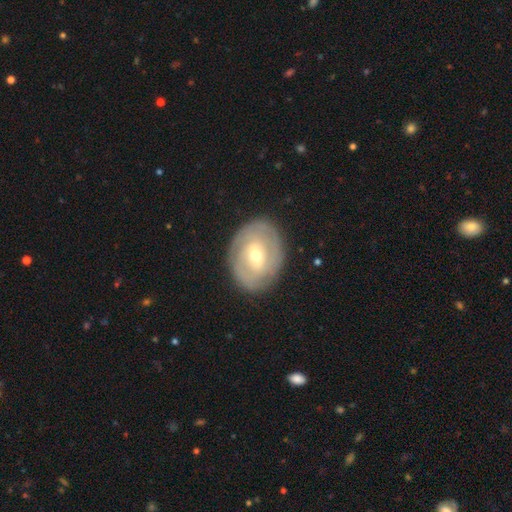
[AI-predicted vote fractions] Smooth or featured?
  - featured or disk: 65% *
  - smooth: 29%
  - star or artifact: 6%
Edge-on disk?
  - no: 95% *
  - yes: 5%
Bar?
  - weak: 43% *
  - no: 39%
  - strong: 18%
Spiral arms?
  - yes: 56% *
  - no: 44%
Bulge size?
  - moderate: 50% *
  - small: 46%
  - large: 3%
  - dominant: 1%
  - none: 1%
Merging?
  - none: 82% *
  - minor disturbance: 12%
  - major disturbance: 4%
  - merger: 1%